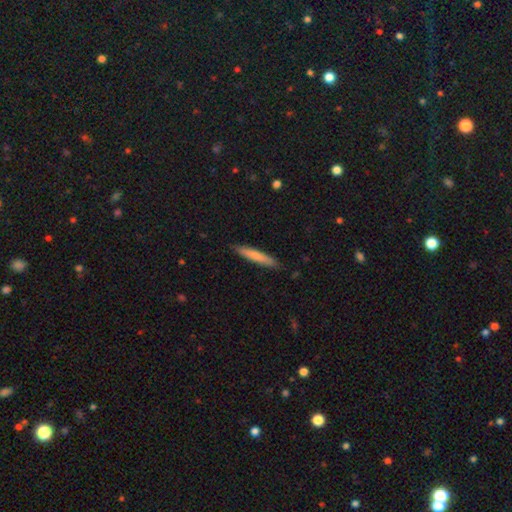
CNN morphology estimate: The model was most divided on "smooth or featured": smooth: 74%, featured or disk: 21%, star or artifact: 5%. More confident: how rounded — cigar-shaped (93%); merging — none (88%).